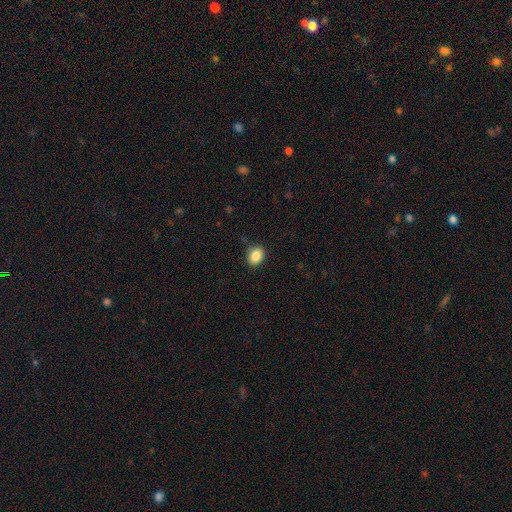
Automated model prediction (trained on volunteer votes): Q: Smooth or featured?
A: smooth (87%); runner-up: star or artifact (9%)
Q: How rounded?
A: in between (62%); runner-up: round (37%)
Q: Merging?
A: none (81%); runner-up: minor disturbance (14%)